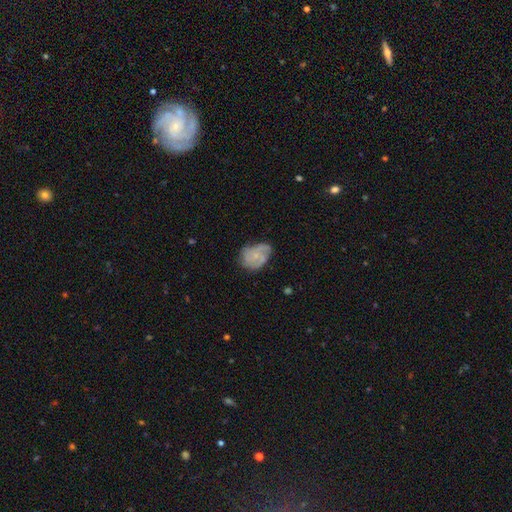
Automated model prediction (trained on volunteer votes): Smooth or featured?
  - featured or disk: 64% *
  - smooth: 29%
  - star or artifact: 8%
Edge-on disk?
  - no: 98% *
  - yes: 2%
Bar?
  - no: 79% *
  - weak: 18%
  - strong: 2%
Spiral arms?
  - yes: 86% *
  - no: 14%
Spiral winding?
  - medium: 42% *
  - tight: 41%
  - loose: 17%
Spiral arm count?
  - 3: 41% *
  - can't tell: 22%
  - 2: 17%
  - 4: 11%
  - 1: 5%
  - more than 4: 4%
Bulge size?
  - small: 71% *
  - moderate: 17%
  - none: 10%
  - large: 1%
  - dominant: 1%
Merging?
  - none: 55% *
  - minor disturbance: 30%
  - major disturbance: 13%
  - merger: 2%